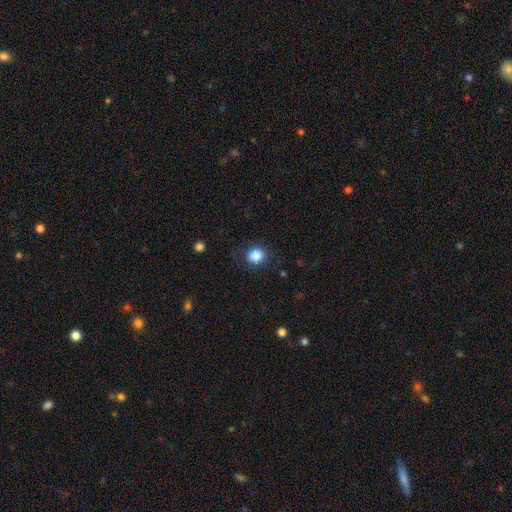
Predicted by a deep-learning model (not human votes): smooth-or-featured: smooth: 86% | star or artifact: 9% | featured or disk: 5%
  how-rounded: round: 80% | in between: 19% | cigar-shaped: 1%
  merging: none: 81% | minor disturbance: 12% | major disturbance: 5% | merger: 1%